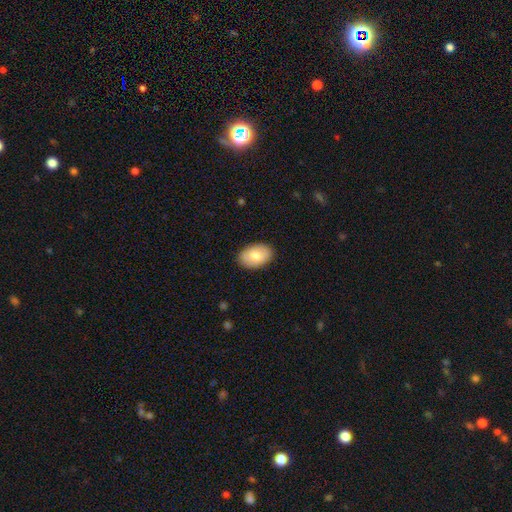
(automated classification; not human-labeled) This appears to be a smooth galaxy with no disk features (77%) that is in between round and cigar-shaped (89%). Merging: none (88%).